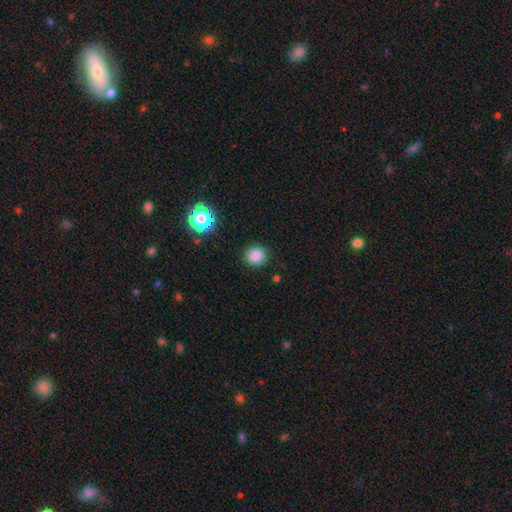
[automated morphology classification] Smooth or featured?
  - smooth: 83% *
  - star or artifact: 12%
  - featured or disk: 4%
How rounded?
  - round: 90% *
  - in between: 9%
  - cigar-shaped: 1%
Merging?
  - none: 90% *
  - minor disturbance: 6%
  - major disturbance: 2%
  - merger: 1%